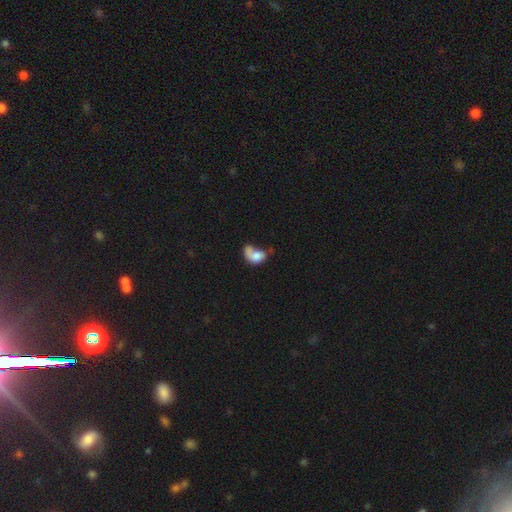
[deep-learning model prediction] smooth-or-featured: smooth: 64% | featured or disk: 27% | star or artifact: 9%
  how-rounded: in between: 80% | round: 18% | cigar-shaped: 2%
  merging: major disturbance: 32% | merger: 26% | none: 21% | minor disturbance: 20%